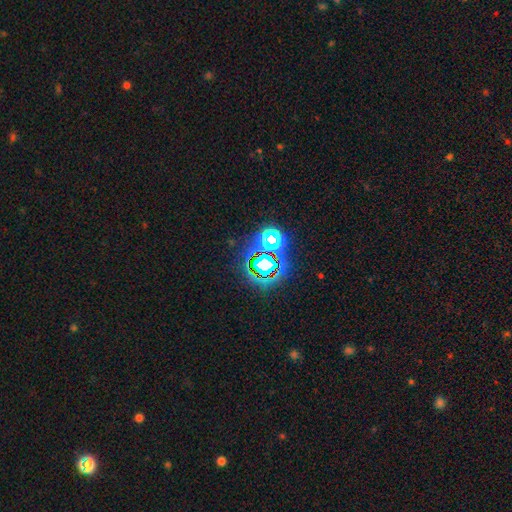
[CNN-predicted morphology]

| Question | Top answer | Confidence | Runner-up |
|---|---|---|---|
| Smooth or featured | star or artifact | 76% | smooth (15%) |